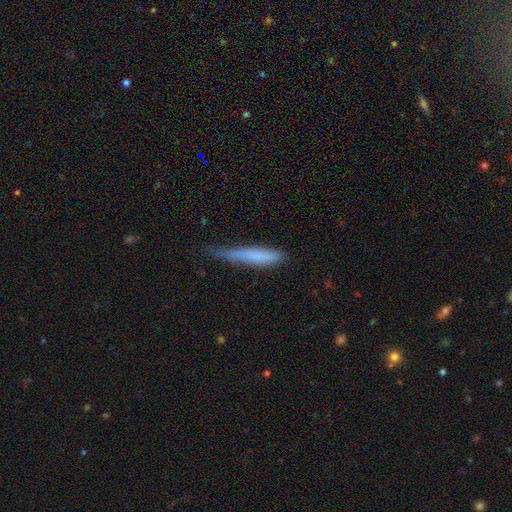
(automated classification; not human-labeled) Smooth or featured: smooth — 73% (featured or disk — 20%)
How rounded: cigar-shaped — 93% (in between — 6%)
Merging: none — 51% (minor disturbance — 38%)